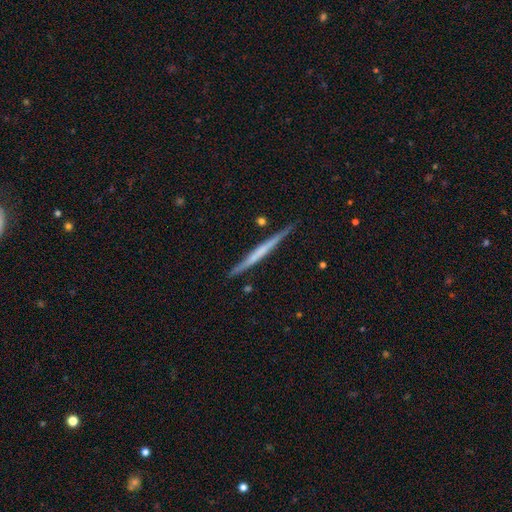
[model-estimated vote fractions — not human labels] Morphology: type=featured or disk (60%); edge-on=yes (97%); edge-on bulge=none (81%); merging=none (88%).